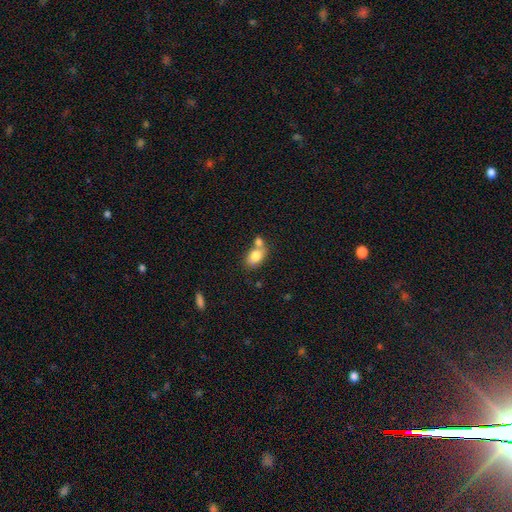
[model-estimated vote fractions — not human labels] Smooth or featured? smooth (77%)
How rounded? in between (75%)
Merging? merger (43%)